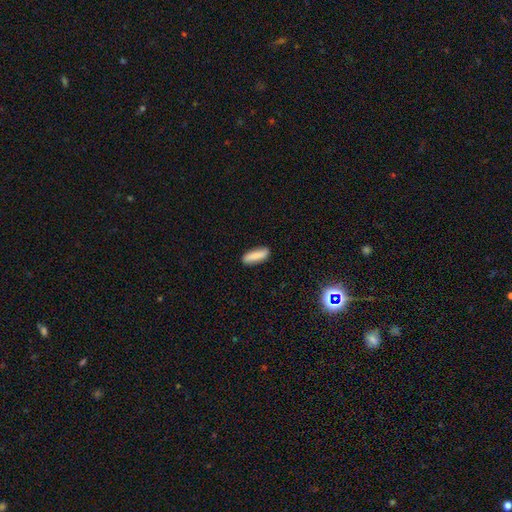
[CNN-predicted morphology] Smooth or featured: smooth — 80% (featured or disk — 13%)
How rounded: cigar-shaped — 51% (in between — 47%)
Merging: none — 86% (minor disturbance — 11%)